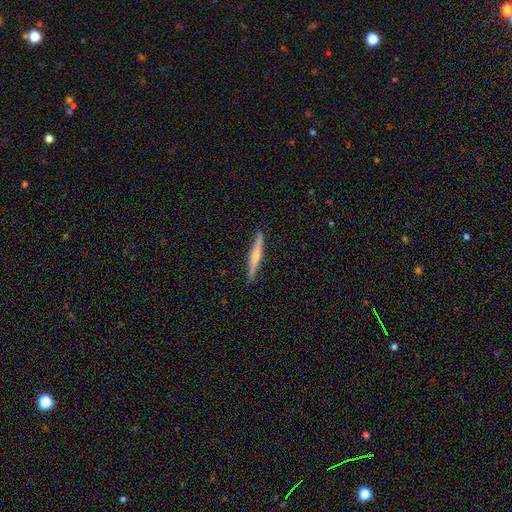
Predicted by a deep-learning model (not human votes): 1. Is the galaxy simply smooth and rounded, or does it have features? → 60% featured or disk, 35% smooth, 5% star or artifact.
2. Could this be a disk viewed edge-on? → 98% yes, 2% no.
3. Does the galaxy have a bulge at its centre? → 75% rounded, 17% none, 8% boxy.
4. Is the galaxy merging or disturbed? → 91% none, 6% minor disturbance, 1% major disturbance, 1% merger.